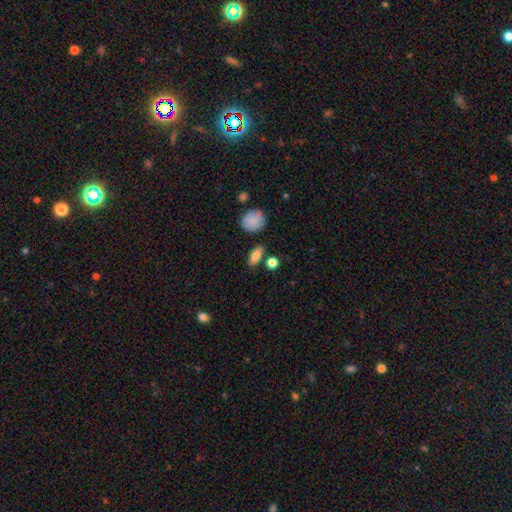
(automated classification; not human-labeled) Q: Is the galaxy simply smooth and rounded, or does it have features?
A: smooth — 82%.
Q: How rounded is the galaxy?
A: in between — 78%.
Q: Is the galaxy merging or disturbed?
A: none — 79%.